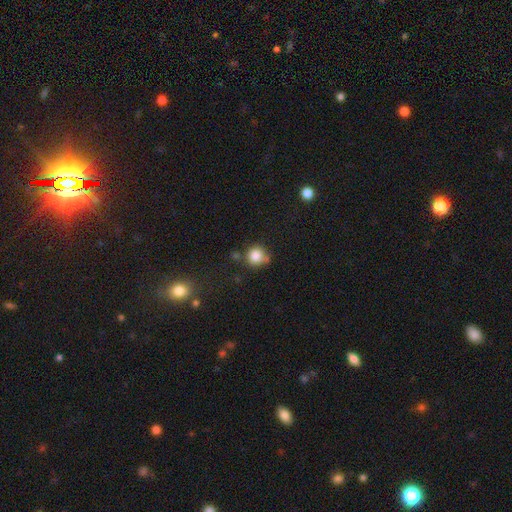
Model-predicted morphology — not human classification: Smooth or featured: smooth — 84% (star or artifact — 11%)
How rounded: round — 89% (in between — 10%)
Merging: none — 61% (minor disturbance — 20%)